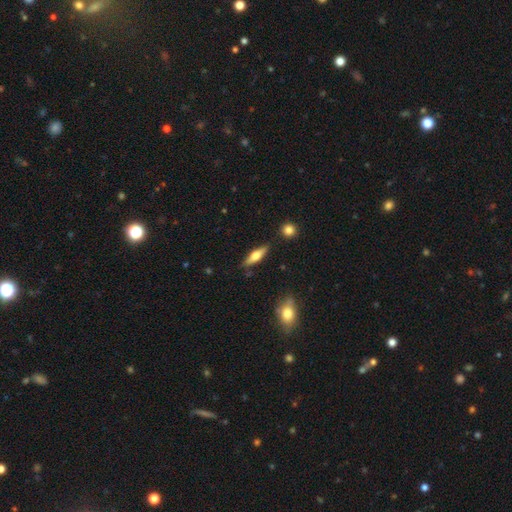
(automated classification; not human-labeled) smooth-or-featured: smooth: 47% (tied) | featured or disk: 47% (tied) | star or artifact: 6%
  merging: none: 84% | minor disturbance: 11% | merger: 3% | major disturbance: 2%